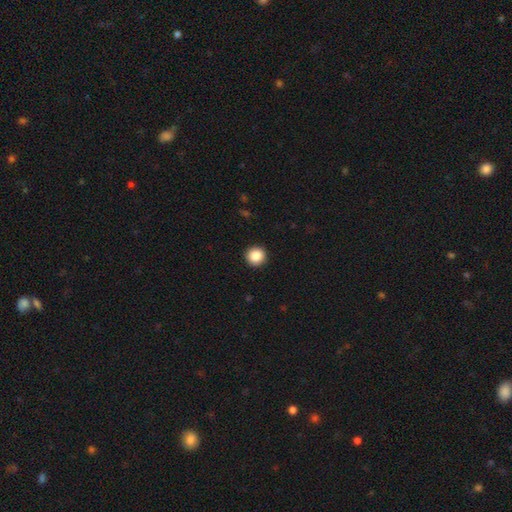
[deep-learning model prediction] smooth 87%, star or artifact 9%, featured or disk 4%. Down the decision tree: how rounded — round (95%); merging — none (93%).